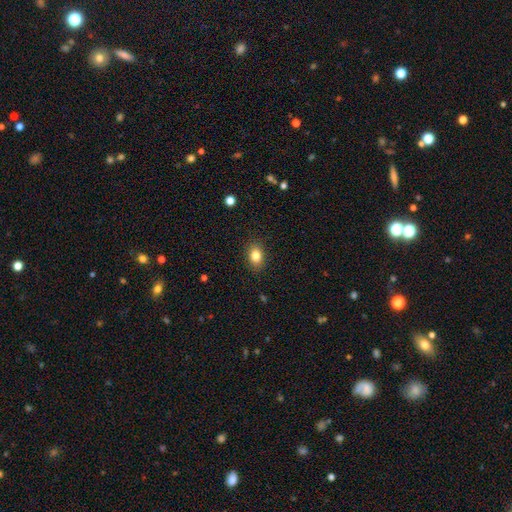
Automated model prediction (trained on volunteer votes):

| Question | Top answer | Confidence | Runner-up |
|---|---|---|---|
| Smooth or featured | smooth | 83% | star or artifact (10%) |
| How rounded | in between | 75% | round (24%) |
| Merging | none | 88% | minor disturbance (8%) |